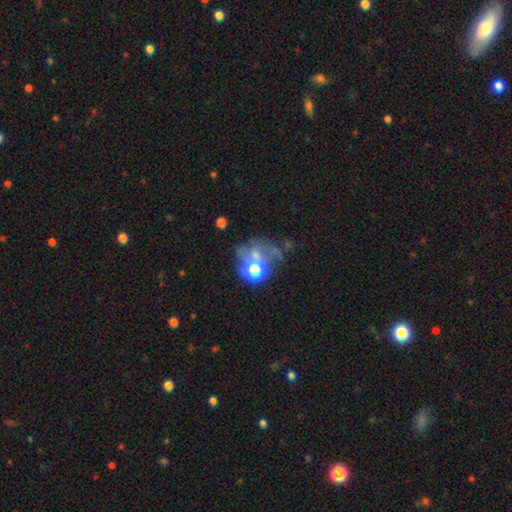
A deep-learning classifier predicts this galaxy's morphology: This appears to be a smooth galaxy with no disk features (37%). Merging: none (32%).